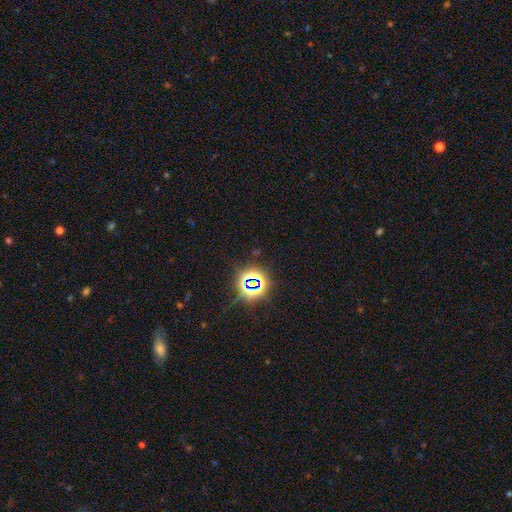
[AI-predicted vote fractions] smooth_or_featured: star or artifact (p=0.78) [alt: smooth p=0.14]